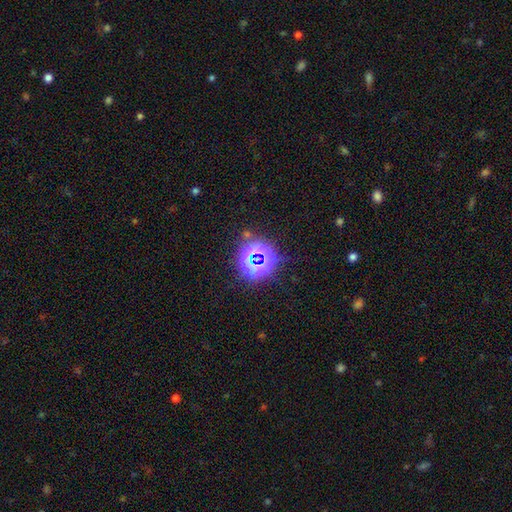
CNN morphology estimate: smooth-or-featured: star or artifact: 73% | smooth: 18% | featured or disk: 8%